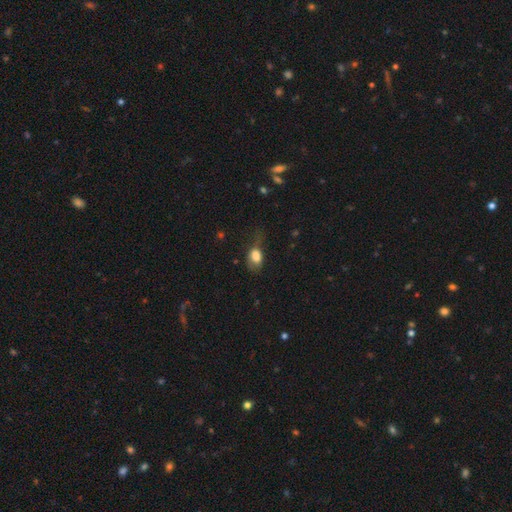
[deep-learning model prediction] Smooth or featured?
  - smooth: 76% *
  - featured or disk: 15%
  - star or artifact: 9%
How rounded?
  - in between: 77% *
  - round: 20%
  - cigar-shaped: 3%
Merging?
  - major disturbance: 35% *
  - minor disturbance: 32%
  - none: 31%
  - merger: 3%